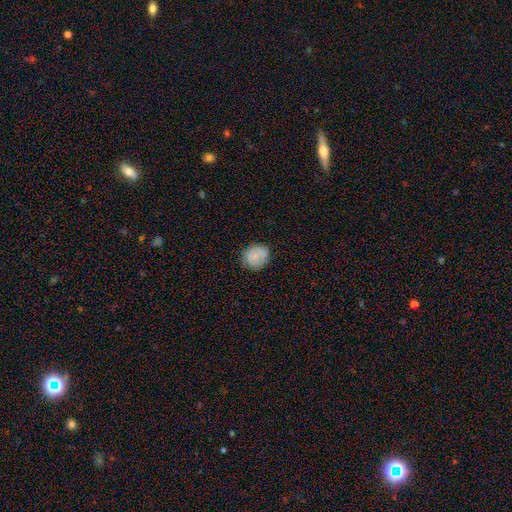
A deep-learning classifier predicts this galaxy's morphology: Smooth or featured? smooth (75%)
How rounded? round (78%)
Merging? none (76%)